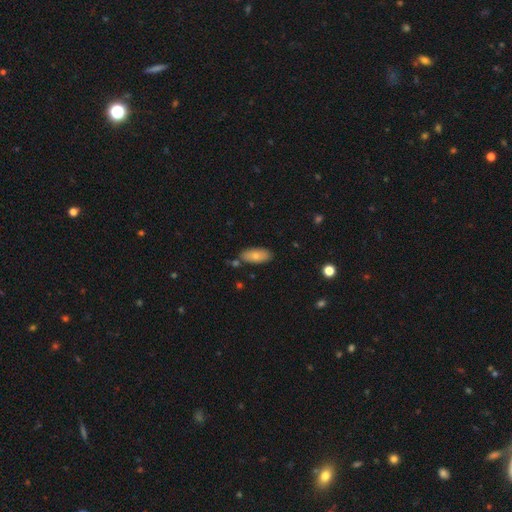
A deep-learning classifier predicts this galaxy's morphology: A smooth galaxy with no disk features (76%) that is in between round and cigar-shaped (87%).

Vote fractions:
- Smooth or featured? smooth: 76% / featured or disk: 17% / star or artifact: 7%
- How rounded? in between: 87% / cigar-shaped: 11% / round: 3%
- Merging? none: 77% / minor disturbance: 15% / merger: 5% / major disturbance: 3%